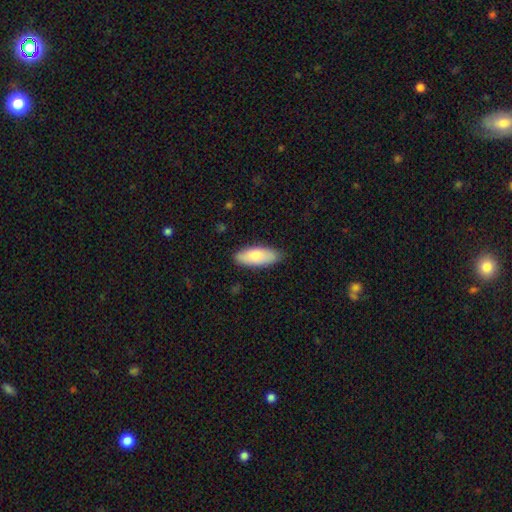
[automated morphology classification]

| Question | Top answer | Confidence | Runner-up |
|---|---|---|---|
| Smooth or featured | smooth | 78% | featured or disk (16%) |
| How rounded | in between | 77% | cigar-shaped (21%) |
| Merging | none | 84% | minor disturbance (13%) |